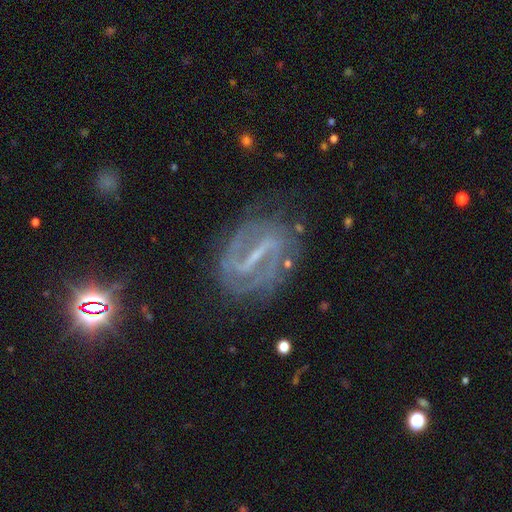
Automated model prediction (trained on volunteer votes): Smooth or featured: featured or disk — 84% (star or artifact — 9%)
Edge-on disk: no — 94% (yes — 6%)
Bar: strong — 74% (weak — 20%)
Spiral arms: yes — 90% (no — 10%)
Spiral winding: medium — 43% (tight — 40%)
Spiral arm count: 2 — 75% (can't tell — 13%)
Bulge size: small — 52% (none — 34%)
Merging: none — 74% (minor disturbance — 16%)